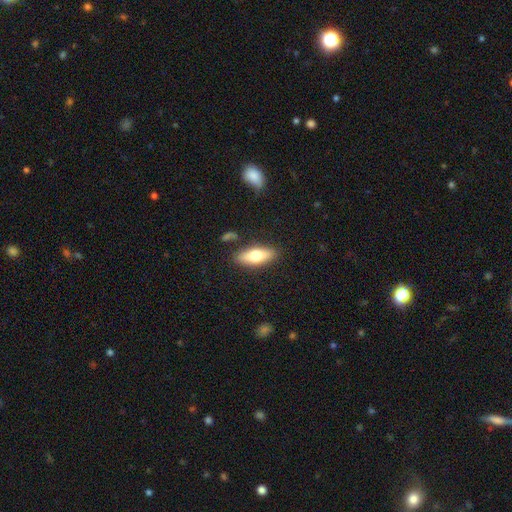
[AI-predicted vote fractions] smooth-or-featured: smooth: 67% | featured or disk: 27% | star or artifact: 6%
  how-rounded: in between: 65% | cigar-shaped: 33% | round: 3%
  merging: none: 84% | minor disturbance: 11% | merger: 3% | major disturbance: 3%